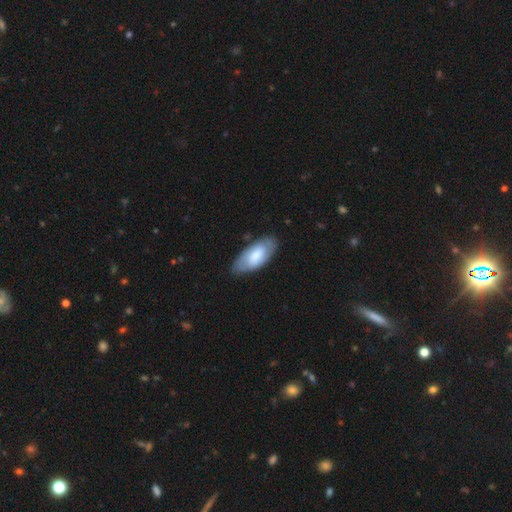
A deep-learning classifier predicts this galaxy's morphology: smooth_or_featured: smooth (p=0.64) [alt: featured or disk p=0.31]
how_rounded: in between (p=0.90) [alt: cigar-shaped p=0.08]
merging: none (p=0.76) [alt: minor disturbance p=0.18]